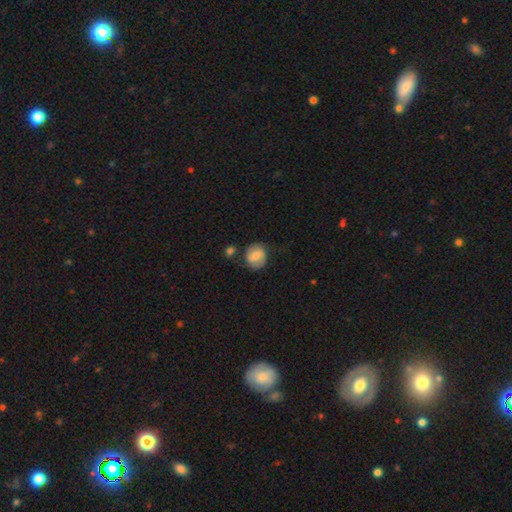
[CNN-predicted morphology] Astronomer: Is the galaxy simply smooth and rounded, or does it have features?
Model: smooth — 47% (runner-up: featured or disk, 46%).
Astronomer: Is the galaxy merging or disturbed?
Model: none — 70%.